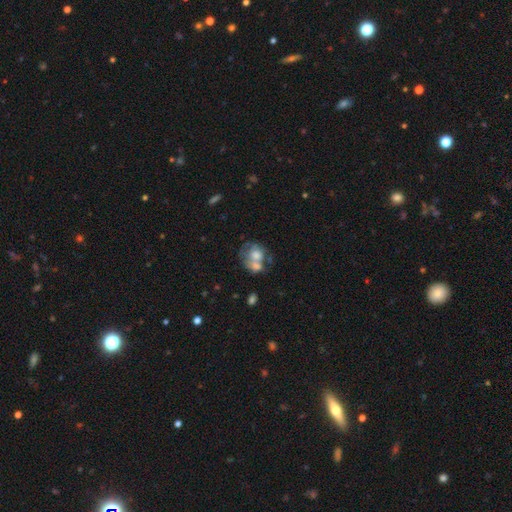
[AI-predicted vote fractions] Morphology: type=smooth (54%); roundness=round (54%); merging=merger (53%).